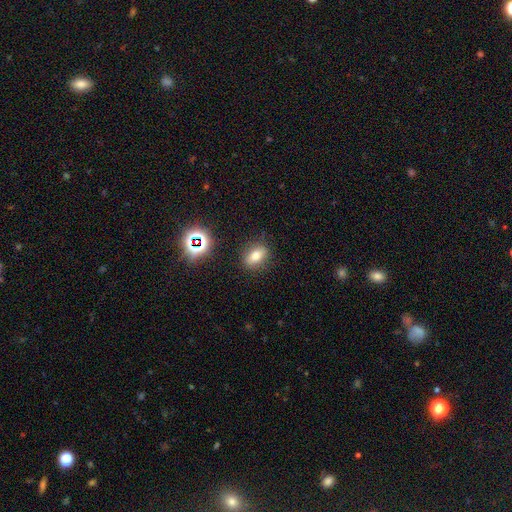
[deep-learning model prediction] A smooth galaxy with no disk features (68%) that is in between round and cigar-shaped (72%). Merging: none (85%).